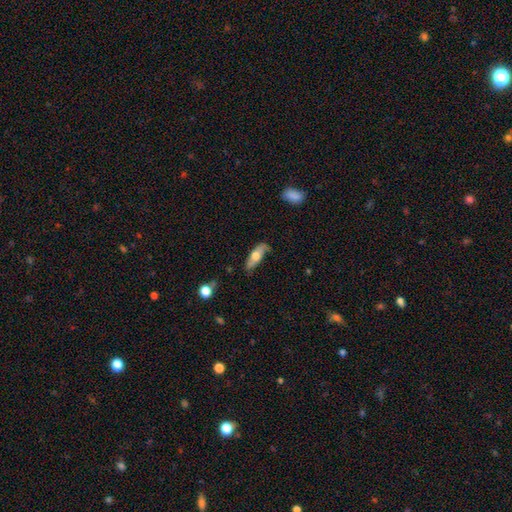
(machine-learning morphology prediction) smooth 54%, featured or disk 40%, star or artifact 6%. Down the decision tree: how rounded — in between (61%); merging — none (62%).